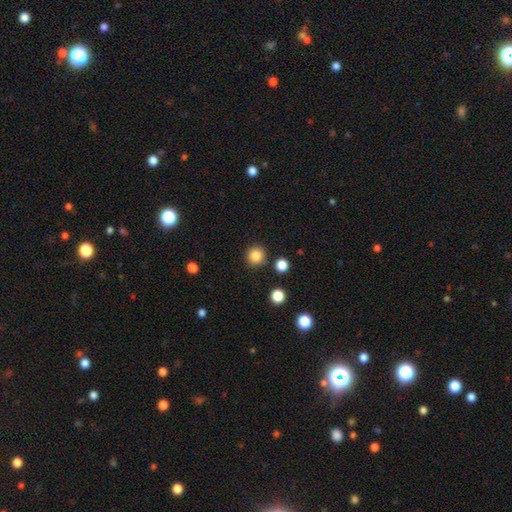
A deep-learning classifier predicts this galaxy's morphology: A smooth galaxy with no disk features (84%) that is round (94%). Merging: none (89%).